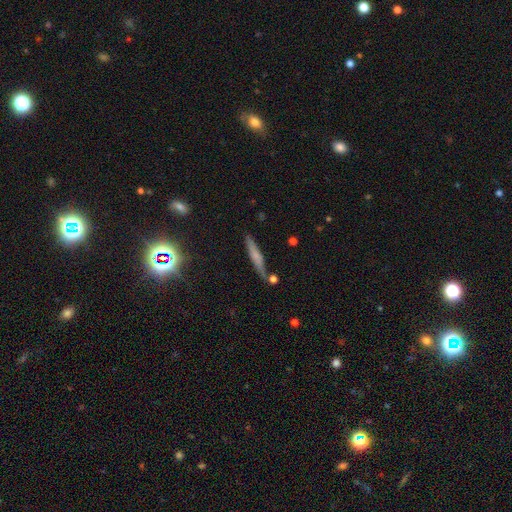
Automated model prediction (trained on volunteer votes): A smooth galaxy with no disk features (50%) that is cigar-shaped (90%). Merging: none (76%).